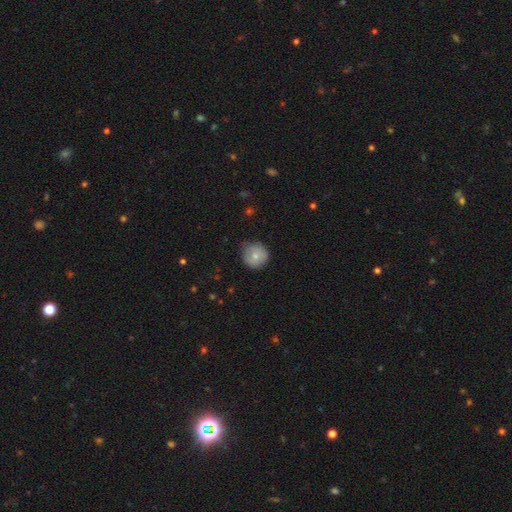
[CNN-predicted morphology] Smooth or featured? Predicted: smooth (p=0.71). How rounded? Predicted: round (p=0.93). Merging? Predicted: none (p=0.76).